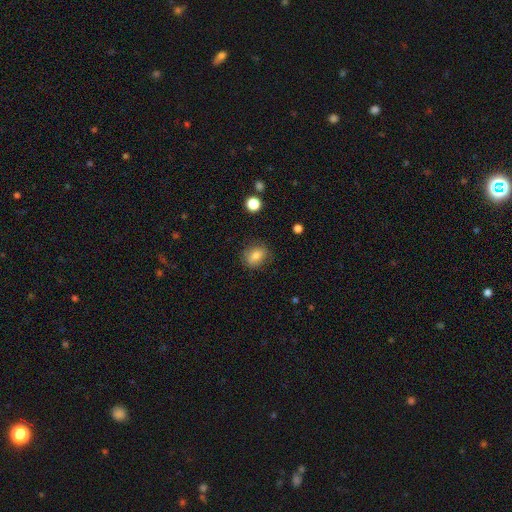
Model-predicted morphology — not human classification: Smooth or featured: smooth — 79% (featured or disk — 12%)
How rounded: in between — 55% (round — 44%)
Merging: none — 80% (minor disturbance — 14%)